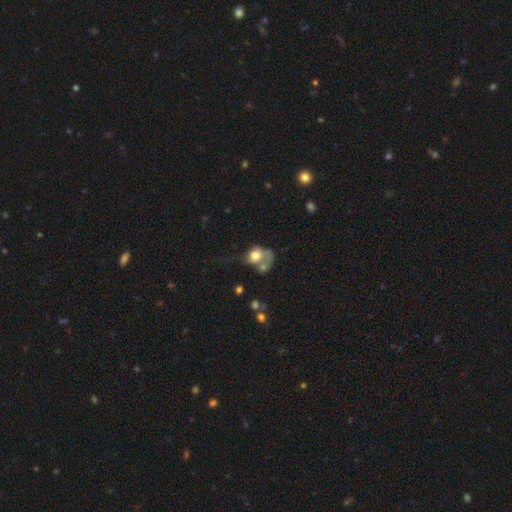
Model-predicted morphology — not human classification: Smooth or featured? Predicted: smooth (p=0.63). How rounded? Predicted: in between (p=0.51). Merging? Predicted: major disturbance (p=0.41).